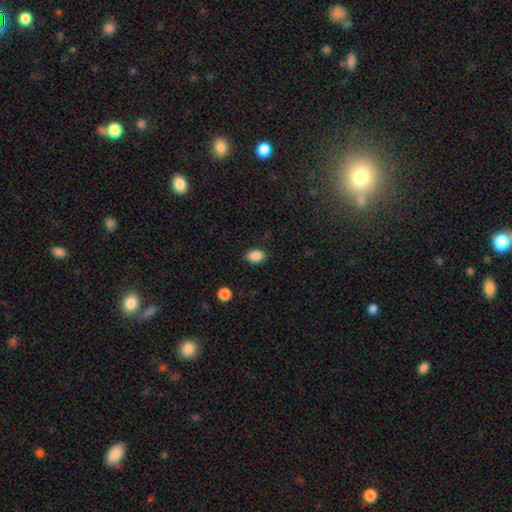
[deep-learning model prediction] smooth 87%, star or artifact 9%, featured or disk 4%. Down the decision tree: how rounded — in between (85%); merging — none (86%).